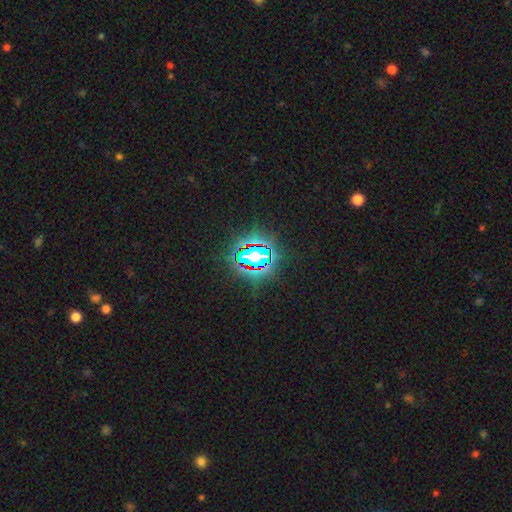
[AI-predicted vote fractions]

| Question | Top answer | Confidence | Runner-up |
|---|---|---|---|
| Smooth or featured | star or artifact | 80% | smooth (13%) |